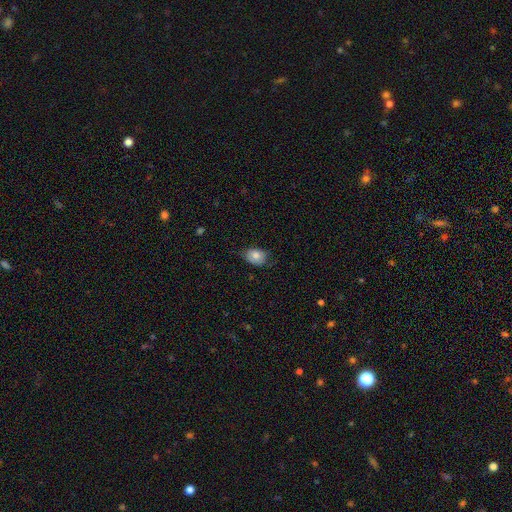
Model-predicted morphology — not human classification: Smooth or featured: smooth — 79% (featured or disk — 13%)
How rounded: in between — 70% (round — 29%)
Merging: none — 65% (minor disturbance — 28%)